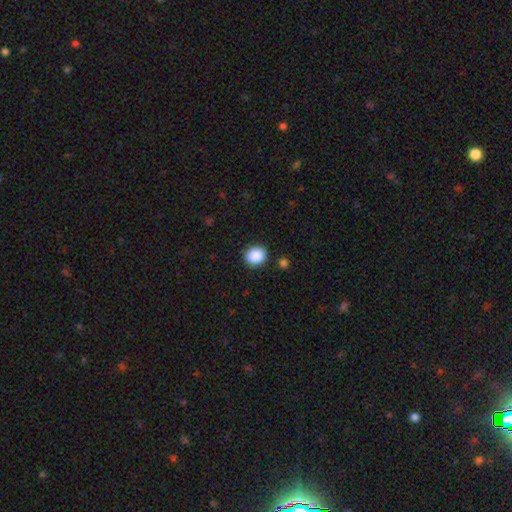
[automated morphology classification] A smooth galaxy with no disk features (89%) that is round (74%).

Vote fractions:
- Smooth or featured? smooth: 89% / star or artifact: 8% / featured or disk: 3%
- How rounded? round: 74% / in between: 26% / cigar-shaped: 1%
- Merging? none: 89% / minor disturbance: 7% / major disturbance: 2% / merger: 2%